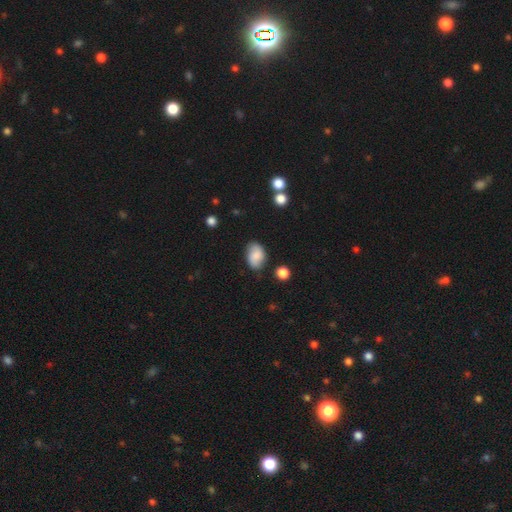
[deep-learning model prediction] smooth 76%, featured or disk 16%, star or artifact 9%. Down the decision tree: how rounded — in between (82%); merging — none (72%).